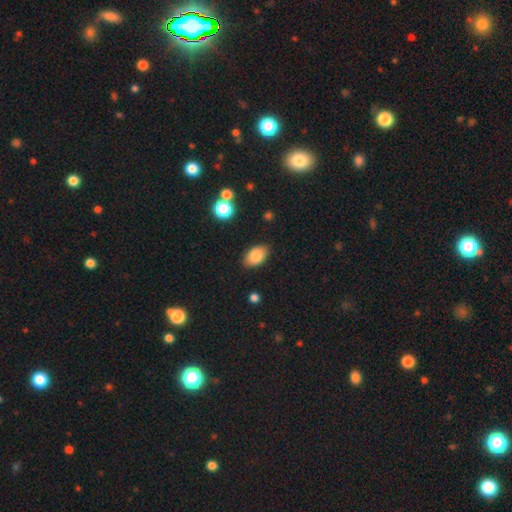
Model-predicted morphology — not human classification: smooth-or-featured: smooth: 84% | featured or disk: 9% | star or artifact: 8%
  how-rounded: in between: 90% | round: 9% | cigar-shaped: 1%
  merging: none: 86% | minor disturbance: 10% | major disturbance: 2% | merger: 2%